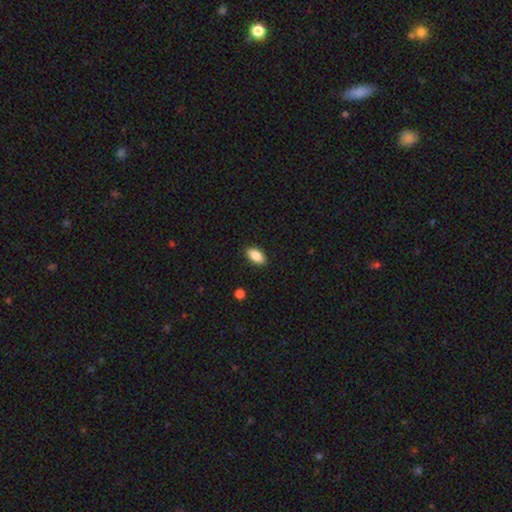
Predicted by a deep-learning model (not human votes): Q: Smooth or featured?
A: smooth (87%); runner-up: star or artifact (7%)
Q: How rounded?
A: in between (92%); runner-up: cigar-shaped (5%)
Q: Merging?
A: none (89%); runner-up: minor disturbance (8%)